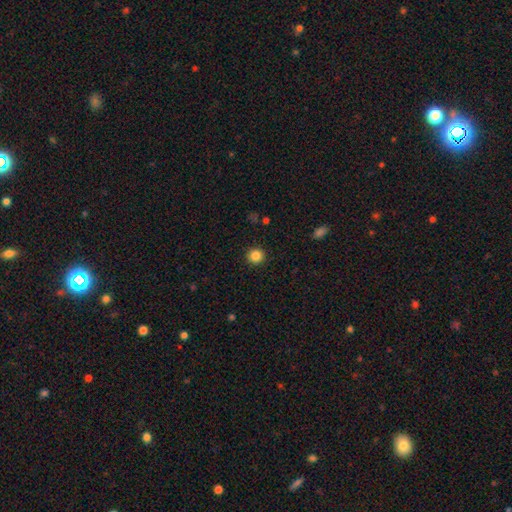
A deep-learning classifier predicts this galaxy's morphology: A smooth galaxy with no disk features (85%) that is round (94%). Merging: none (92%).